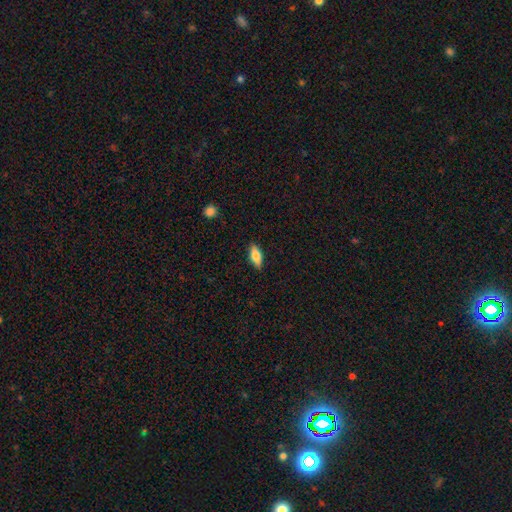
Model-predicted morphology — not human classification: This appears to be a smooth galaxy with no disk features (73%) that is in between round and cigar-shaped (77%). Merging: none (88%).